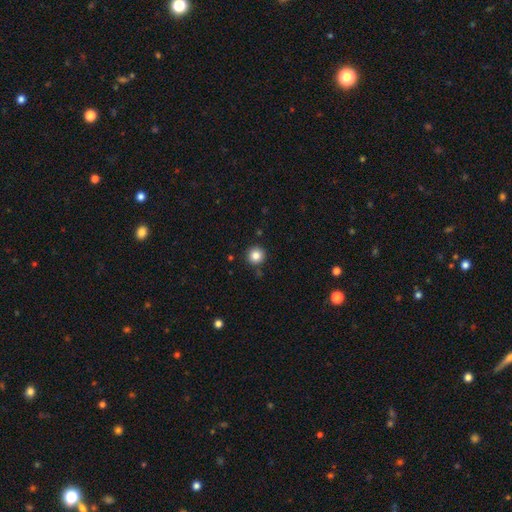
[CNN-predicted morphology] smooth-or-featured: smooth: 84% | star or artifact: 11% | featured or disk: 5%
  how-rounded: round: 95% | in between: 4% | cigar-shaped: 1%
  merging: none: 90% | minor disturbance: 6% | merger: 2% | major disturbance: 2%